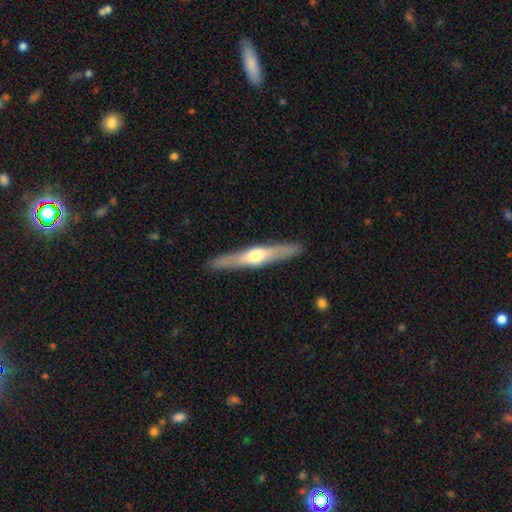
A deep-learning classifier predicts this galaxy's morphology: Overall: featured or disk (62%; smooth 33%). Edge-on disk: yes (93%). Edge-on bulge: rounded (90%). Merging: none (90%).